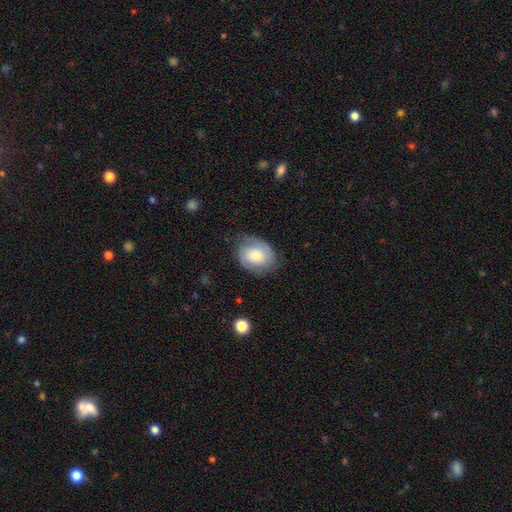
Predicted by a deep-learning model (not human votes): The model was most divided on "smooth or featured": smooth: 49%, featured or disk: 43%, star or artifact: 8%. More confident: merging — none (69%).